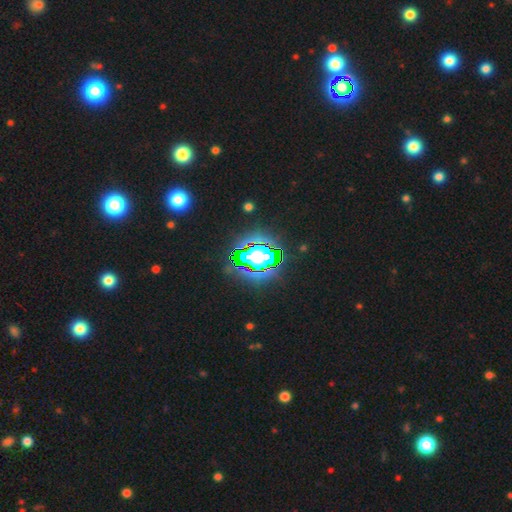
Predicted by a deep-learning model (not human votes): star or artifact 80%, smooth 11%, featured or disk 9%.